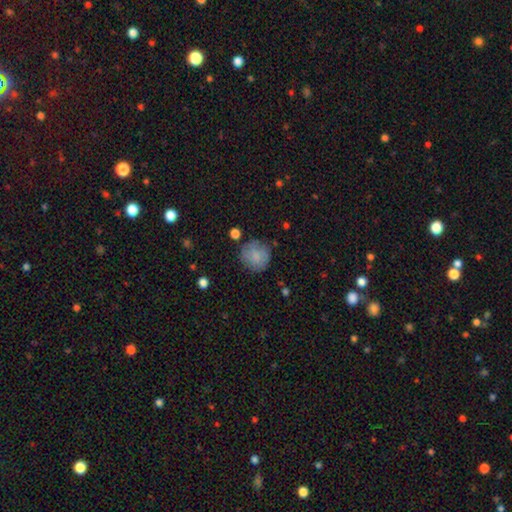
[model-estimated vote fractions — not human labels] Morphology: type=smooth (79%); roundness=round (90%); merging=none (74%).